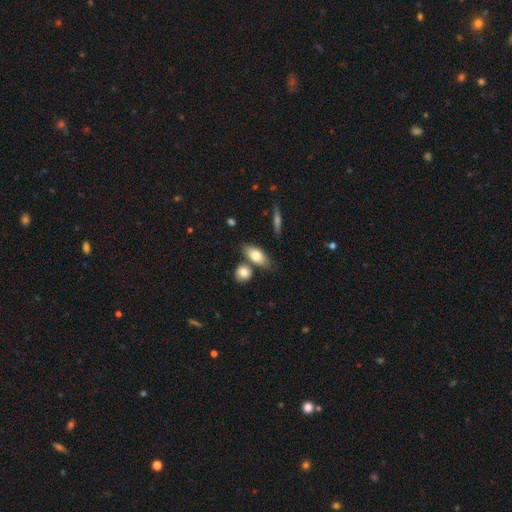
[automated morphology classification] Smooth or featured? smooth (76%)
How rounded? in between (80%)
Merging? none (66%)